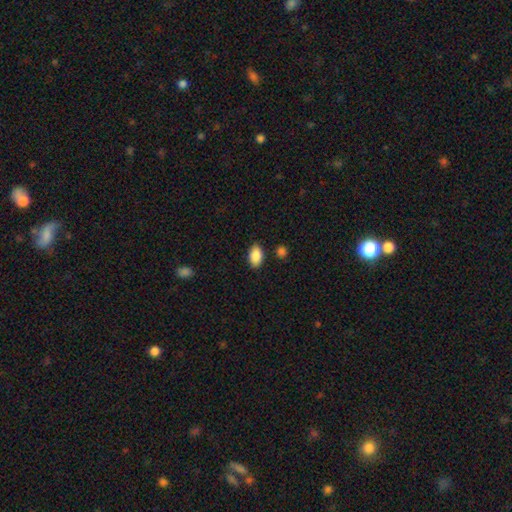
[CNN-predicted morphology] Smooth or featured?
  - smooth: 88% *
  - star or artifact: 7%
  - featured or disk: 4%
How rounded?
  - in between: 90% *
  - round: 8%
  - cigar-shaped: 2%
Merging?
  - none: 85% *
  - minor disturbance: 11%
  - major disturbance: 2%
  - merger: 2%